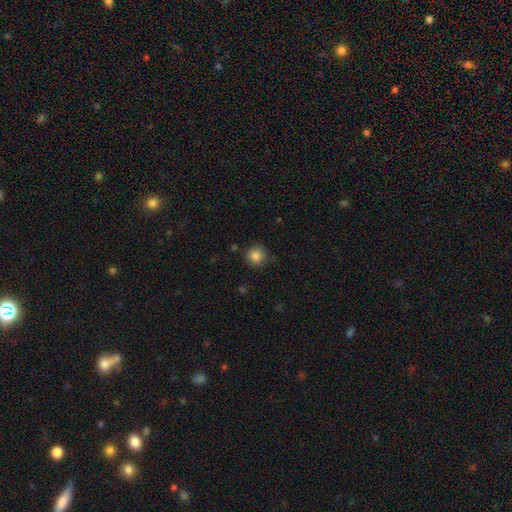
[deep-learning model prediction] Smooth or featured: smooth — 85% (star or artifact — 10%)
How rounded: round — 93% (in between — 6%)
Merging: none — 84% (minor disturbance — 12%)